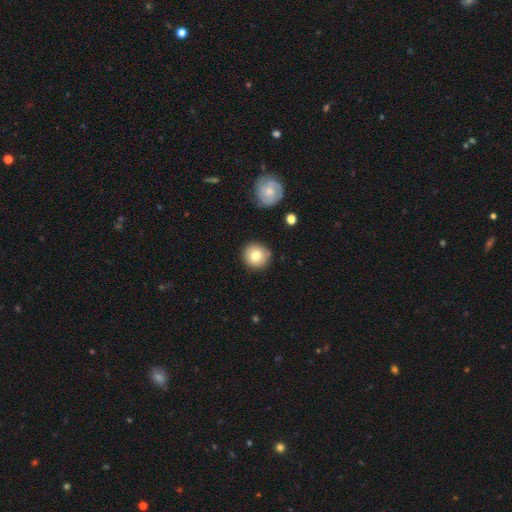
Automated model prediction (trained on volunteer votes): Overall: smooth (79%). How rounded: round (94%). Merging: none (87%).